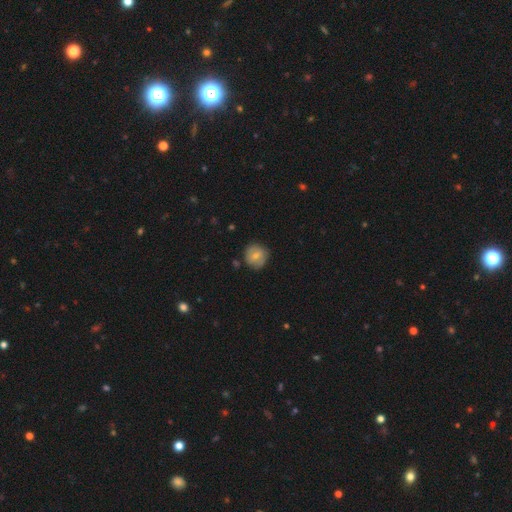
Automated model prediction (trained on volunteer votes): This appears to be a smooth galaxy with no disk features (68%) that is round (89%). Merging: none (80%).